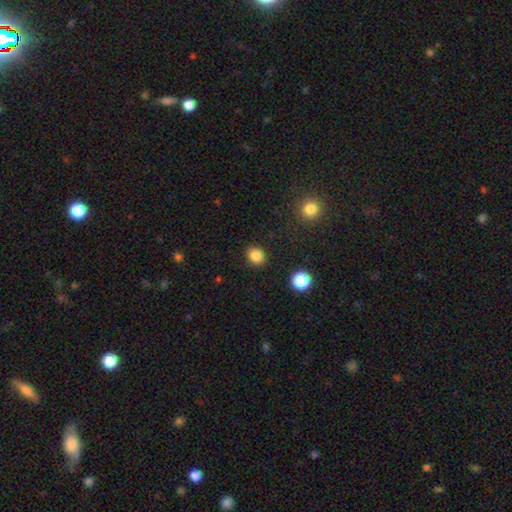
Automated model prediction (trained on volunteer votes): smooth-or-featured: smooth: 85% | star or artifact: 11% | featured or disk: 4%
  how-rounded: round: 70% | in between: 29% | cigar-shaped: 1%
  merging: none: 89% | minor disturbance: 7% | major disturbance: 2% | merger: 2%